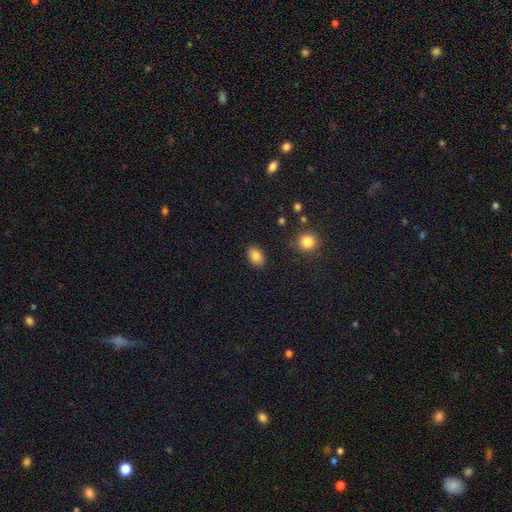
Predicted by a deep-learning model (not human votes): Smooth or featured: smooth — 86% (star or artifact — 8%)
How rounded: in between — 83% (round — 16%)
Merging: none — 88% (minor disturbance — 9%)